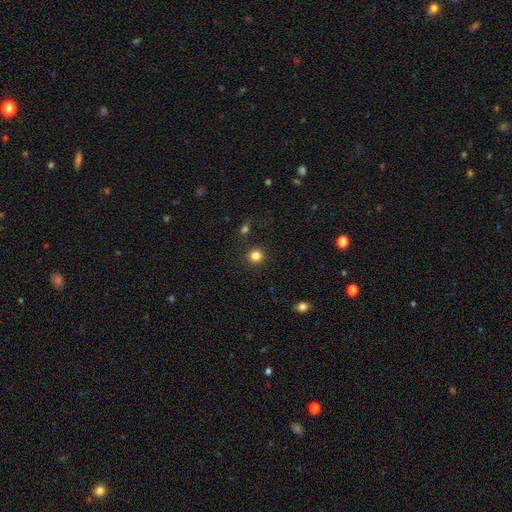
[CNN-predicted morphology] smooth-or-featured: smooth: 83% | star or artifact: 13% | featured or disk: 5%
  how-rounded: round: 93% | in between: 6% | cigar-shaped: 1%
  merging: none: 88% | minor disturbance: 6% | merger: 3% | major disturbance: 3%